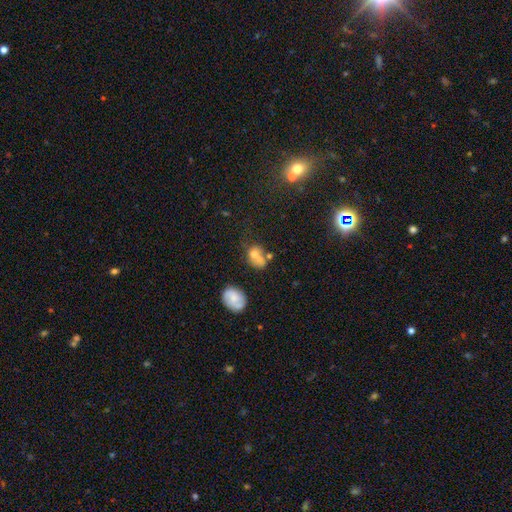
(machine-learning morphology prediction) Q: Smooth or featured?
A: smooth (65%); runner-up: featured or disk (20%)
Q: How rounded?
A: in between (59%); runner-up: round (39%)
Q: Merging?
A: none (36%); runner-up: merger (28%)